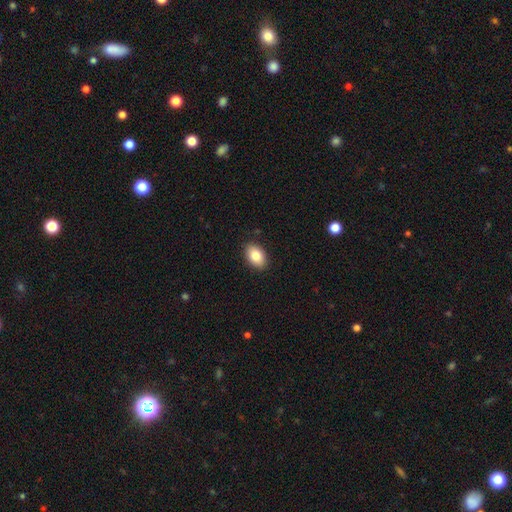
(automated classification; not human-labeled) This is clearly a smooth galaxy (85%). How rounded: clearly in between (88%). Merging: clearly none (88%).